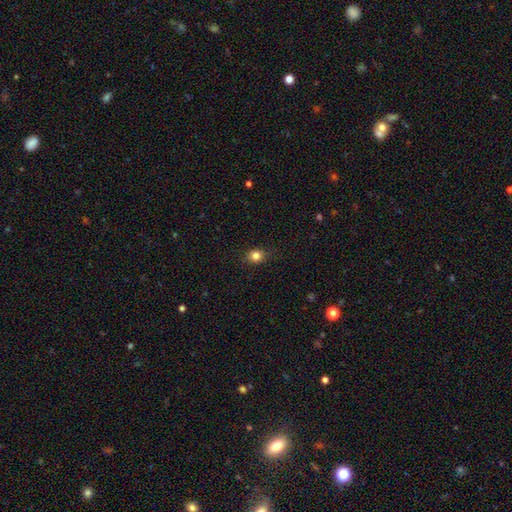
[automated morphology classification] A smooth galaxy with no disk features (82%) that is round (69%).

Vote fractions:
- Smooth or featured? smooth: 82% / star or artifact: 12% / featured or disk: 6%
- How rounded? round: 69% / in between: 30% / cigar-shaped: 1%
- Merging? none: 86% / minor disturbance: 10% / major disturbance: 2% / merger: 1%